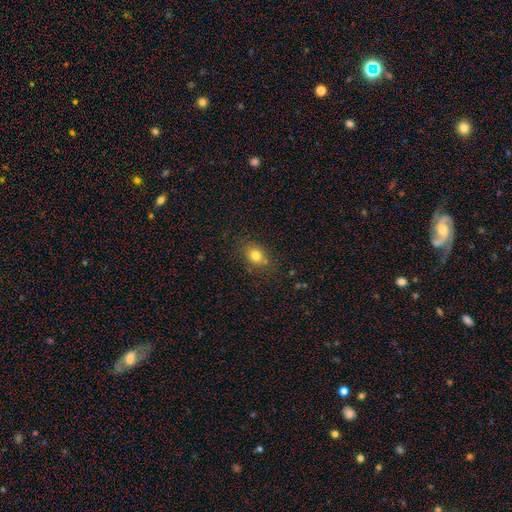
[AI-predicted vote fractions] Smooth or featured?
  - smooth: 78% *
  - star or artifact: 13%
  - featured or disk: 10%
How rounded?
  - round: 52% *
  - in between: 46%
  - cigar-shaped: 1%
Merging?
  - none: 75% *
  - minor disturbance: 15%
  - merger: 5%
  - major disturbance: 4%